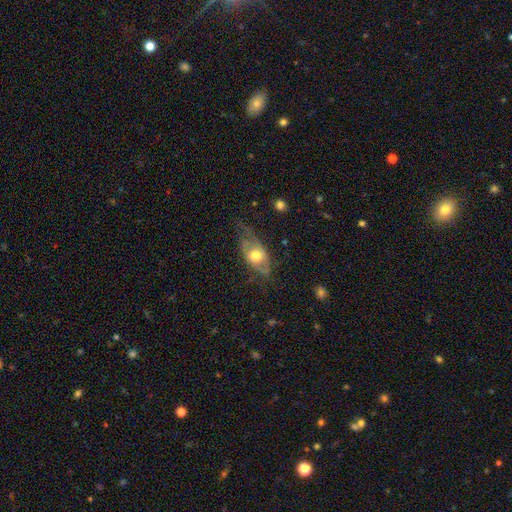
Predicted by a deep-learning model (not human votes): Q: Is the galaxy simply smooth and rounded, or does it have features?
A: featured or disk — 51%.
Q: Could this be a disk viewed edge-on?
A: no — 77%.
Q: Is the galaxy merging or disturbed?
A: none — 44%.